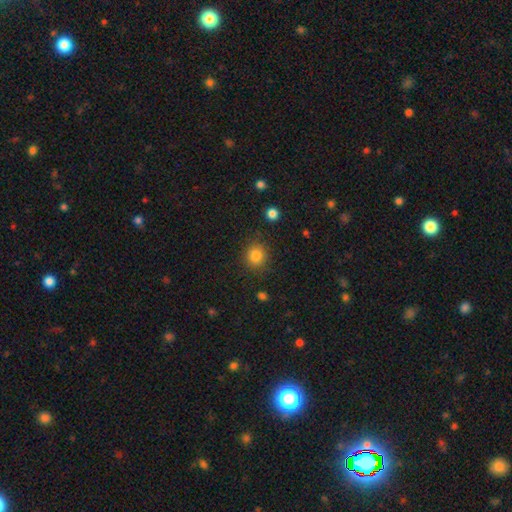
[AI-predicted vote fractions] Overall: smooth (83%). How rounded: round (83%). Merging: none (86%).